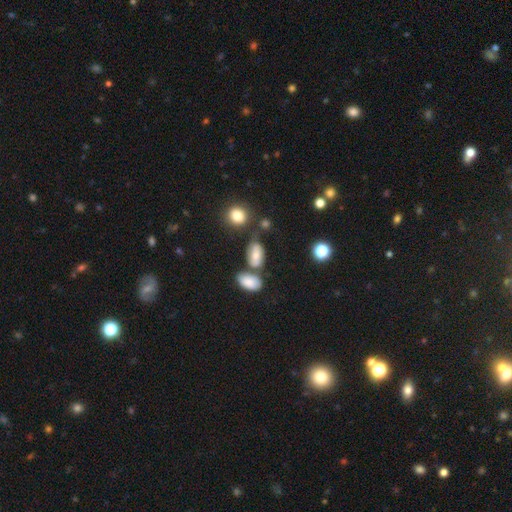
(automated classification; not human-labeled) A smooth galaxy with no disk features (63%) that is in between round and cigar-shaped (87%). Merging: none (46%).